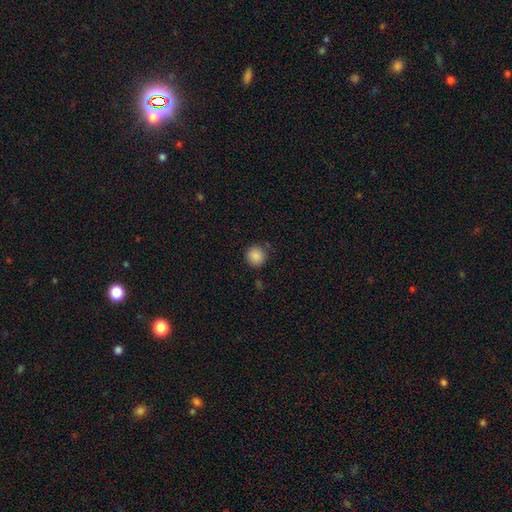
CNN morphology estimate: type=smooth (87%); roundness=round (93%); merging=none (85%).